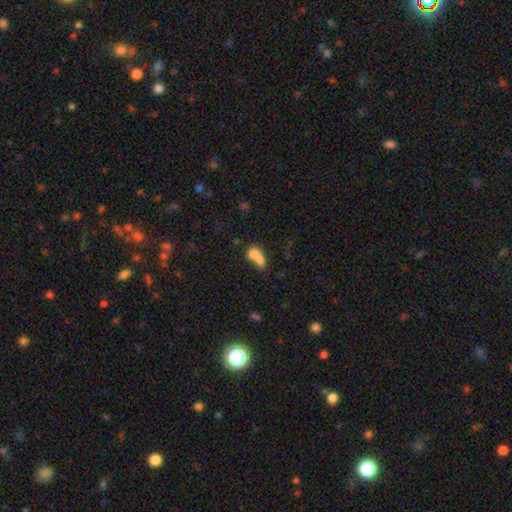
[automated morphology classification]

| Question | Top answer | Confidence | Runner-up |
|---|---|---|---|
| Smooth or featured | smooth | 72% | featured or disk (19%) |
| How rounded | in between | 51% | round (46%) |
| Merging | merger | 73% | none (18%) |